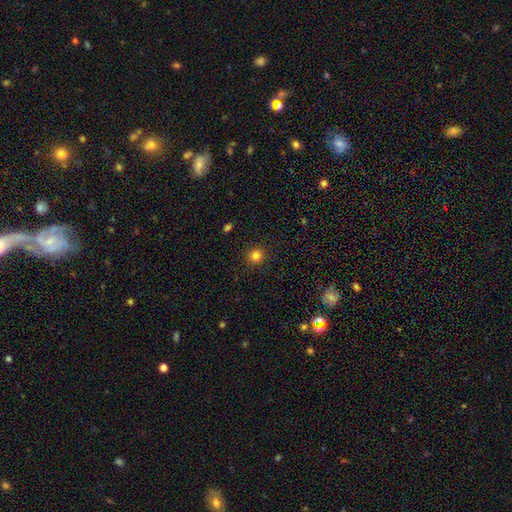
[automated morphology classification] Q: Smooth or featured?
A: smooth (83%); runner-up: star or artifact (12%)
Q: How rounded?
A: round (86%); runner-up: in between (13%)
Q: Merging?
A: none (90%); runner-up: minor disturbance (7%)